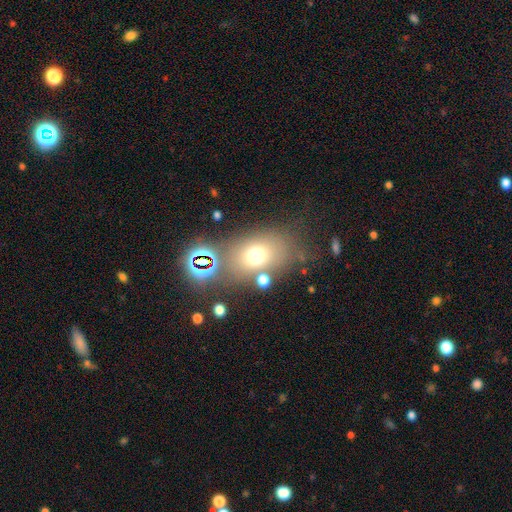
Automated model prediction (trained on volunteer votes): Overall: smooth (66%). How rounded: in between (67%; round 31%). Merging: none (66%).